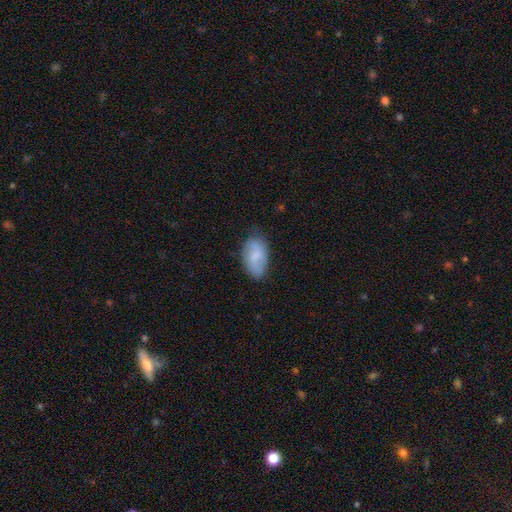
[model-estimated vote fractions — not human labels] A smooth galaxy with no disk features (64%) that is in between round and cigar-shaped (93%).

Vote fractions:
- Smooth or featured? smooth: 64% / featured or disk: 29% / star or artifact: 7%
- How rounded? in between: 93% / round: 5% / cigar-shaped: 2%
- Merging? none: 73% / minor disturbance: 21% / major disturbance: 5% / merger: 1%